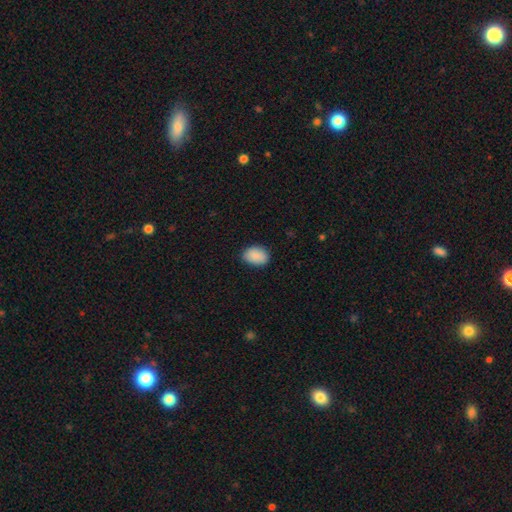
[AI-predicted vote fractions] Morphology: type=smooth (90%); roundness=in between (79%); merging=none (83%).